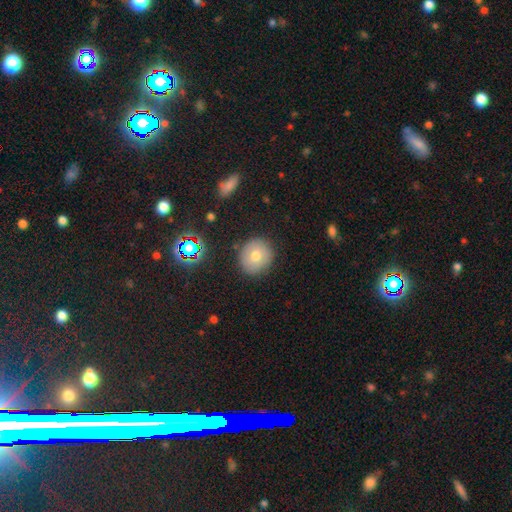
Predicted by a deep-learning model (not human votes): Smooth or featured? Predicted: smooth (p=0.69). How rounded? Predicted: round (p=0.88). Merging? Predicted: none (p=0.87).